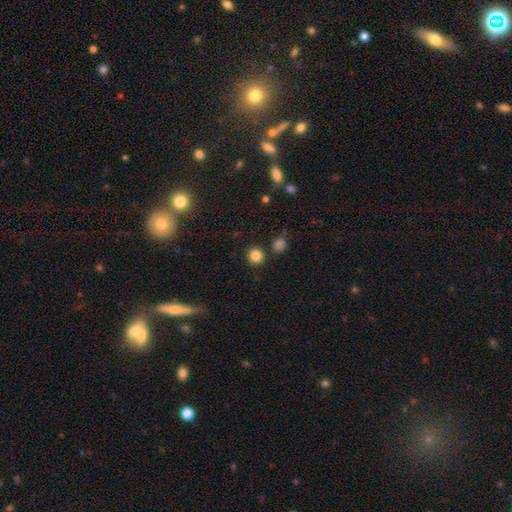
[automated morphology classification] This appears to be a smooth galaxy with no disk features (84%) that is round (91%). Merging: none (87%).